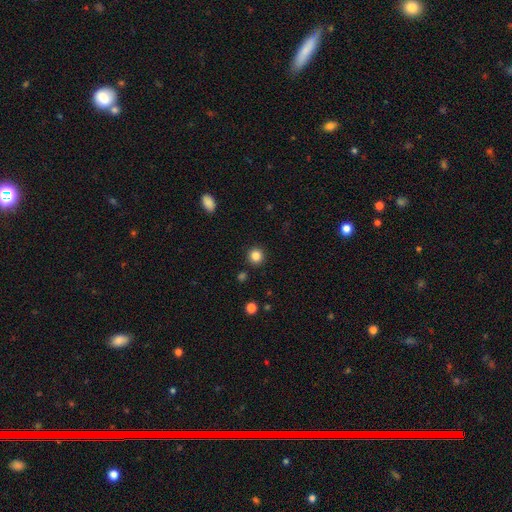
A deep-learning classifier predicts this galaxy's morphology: Q: Smooth or featured?
A: smooth (84%); runner-up: star or artifact (11%)
Q: How rounded?
A: round (93%); runner-up: in between (6%)
Q: Merging?
A: none (91%); runner-up: minor disturbance (5%)